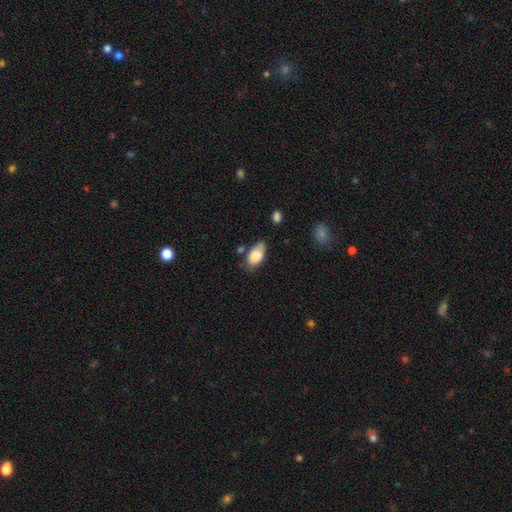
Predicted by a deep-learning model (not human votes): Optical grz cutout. It shows a smooth galaxy with no disk features (82%) that is in between round and cigar-shaped (92%). Merging: none (55%).